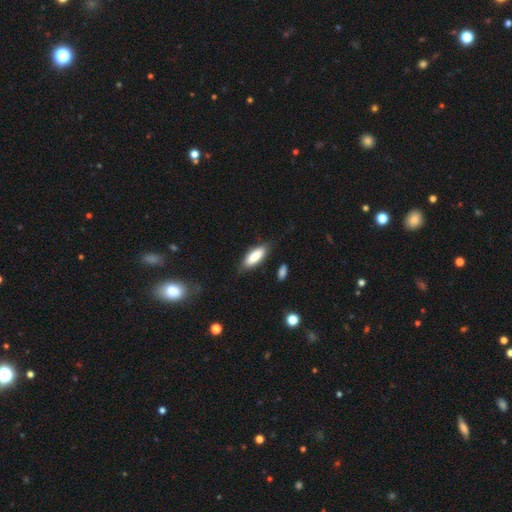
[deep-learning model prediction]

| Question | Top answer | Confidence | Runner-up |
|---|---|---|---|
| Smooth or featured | smooth | 84% | featured or disk (10%) |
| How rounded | in between | 70% | cigar-shaped (28%) |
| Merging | none | 80% | minor disturbance (14%) |